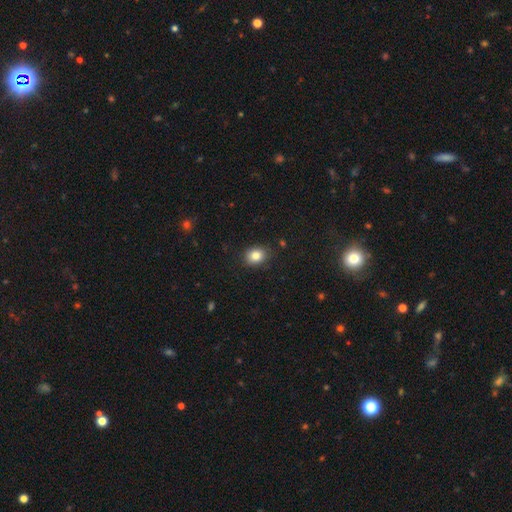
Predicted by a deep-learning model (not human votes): smooth_or_featured: smooth (p=0.84) [alt: star or artifact p=0.10]
how_rounded: in between (p=0.52) [alt: round p=0.47]
merging: none (p=0.86) [alt: minor disturbance p=0.11]